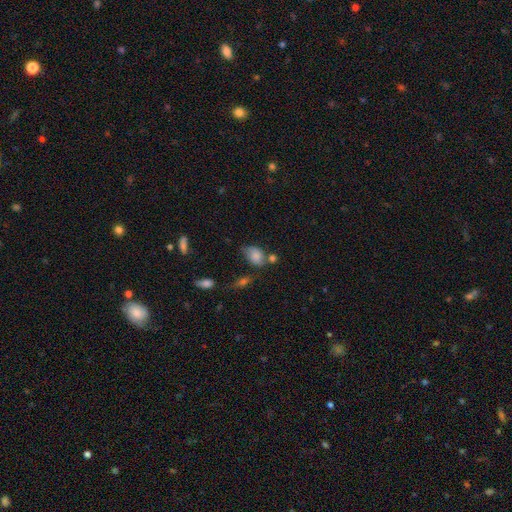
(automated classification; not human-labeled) Q: Smooth or featured?
A: smooth (78%); runner-up: featured or disk (12%)
Q: How rounded?
A: in between (82%); runner-up: round (16%)
Q: Merging?
A: none (42%); runner-up: minor disturbance (30%)